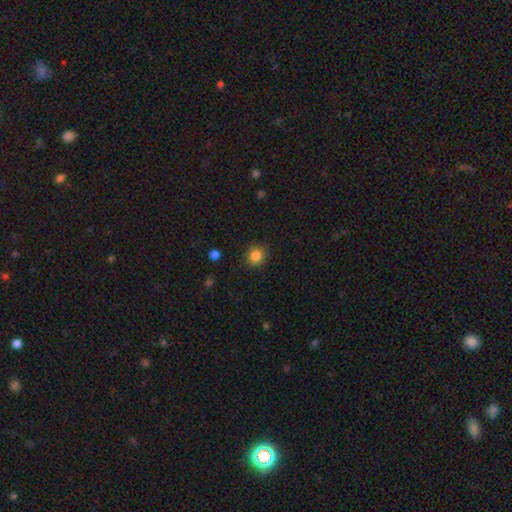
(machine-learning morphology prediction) smooth_or_featured: smooth (p=0.85) [alt: star or artifact p=0.11]
how_rounded: round (p=0.89) [alt: in between p=0.10]
merging: none (p=0.88) [alt: minor disturbance p=0.08]